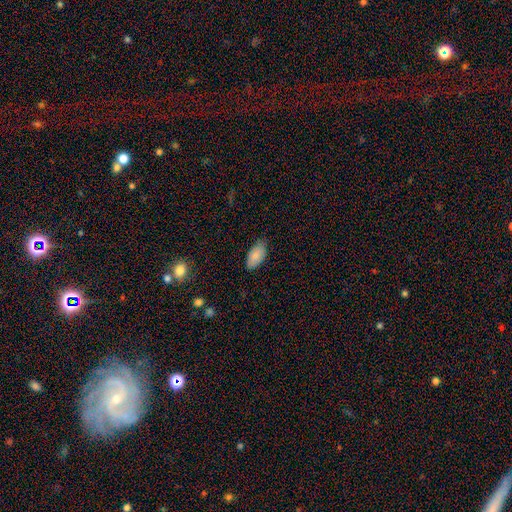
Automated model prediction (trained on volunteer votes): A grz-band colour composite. It shows a smooth galaxy with no disk features (86%) that is in between round and cigar-shaped (94%). Merging: none (80%).